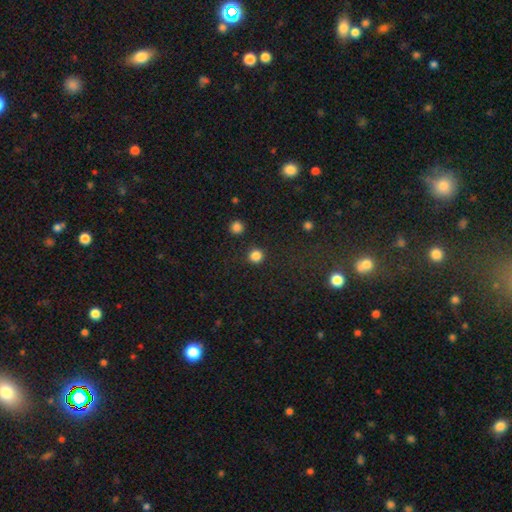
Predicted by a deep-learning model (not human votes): Overall: smooth (84%). How rounded: round (93%). Merging: none (90%).